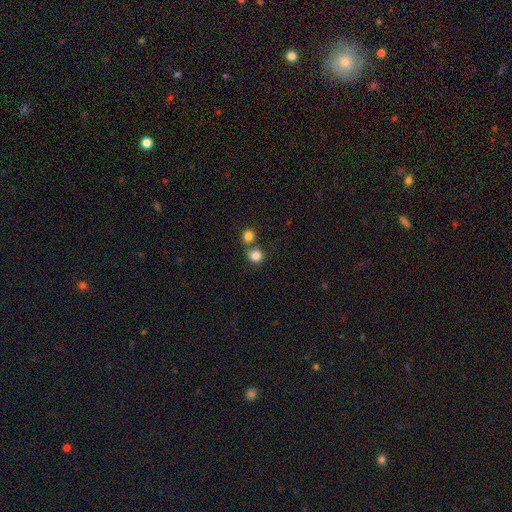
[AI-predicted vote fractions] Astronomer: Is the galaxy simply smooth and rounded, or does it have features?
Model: smooth — 83%.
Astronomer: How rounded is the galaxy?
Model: round — 90%.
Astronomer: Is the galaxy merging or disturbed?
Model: none — 59%.